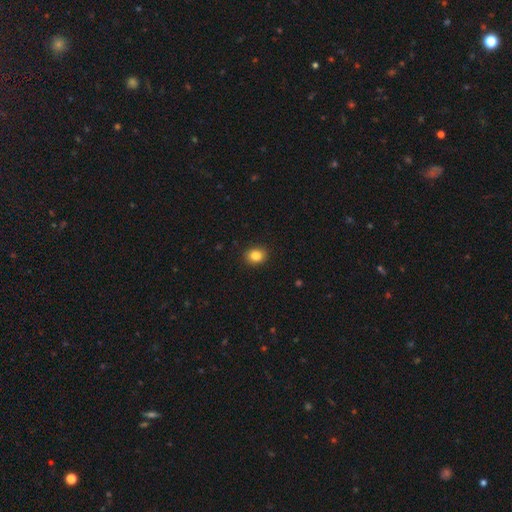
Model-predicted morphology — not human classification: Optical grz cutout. It shows a smooth galaxy with no disk features (85%) that is round (63%). Merging: none (91%).